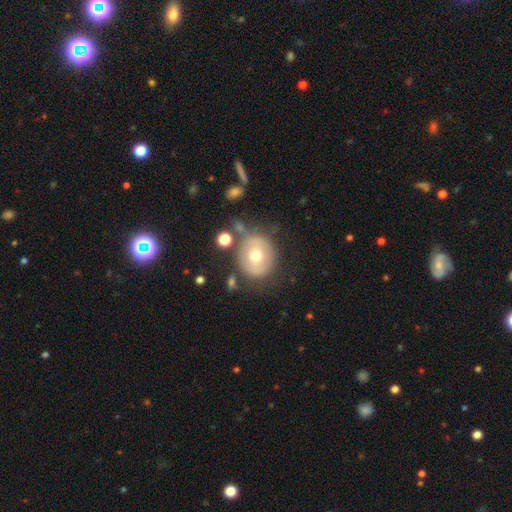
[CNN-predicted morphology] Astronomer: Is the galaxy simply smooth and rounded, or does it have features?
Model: smooth — 54% (runner-up: featured or disk, 37%).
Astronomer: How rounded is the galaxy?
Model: round — 80%.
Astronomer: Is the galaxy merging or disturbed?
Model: none — 68%.